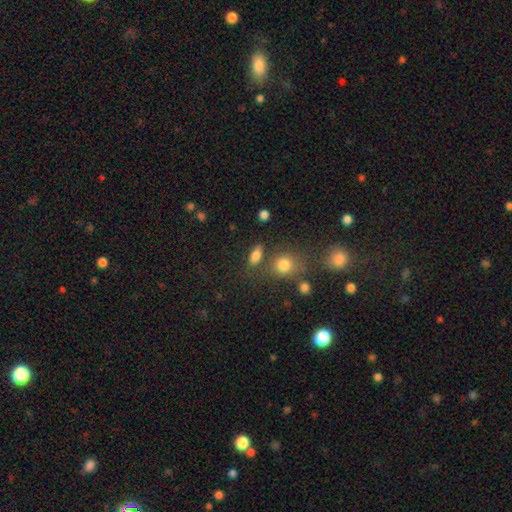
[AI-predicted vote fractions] A smooth galaxy with no disk features (81%) that is in between round and cigar-shaped (77%). Merging: none (72%).